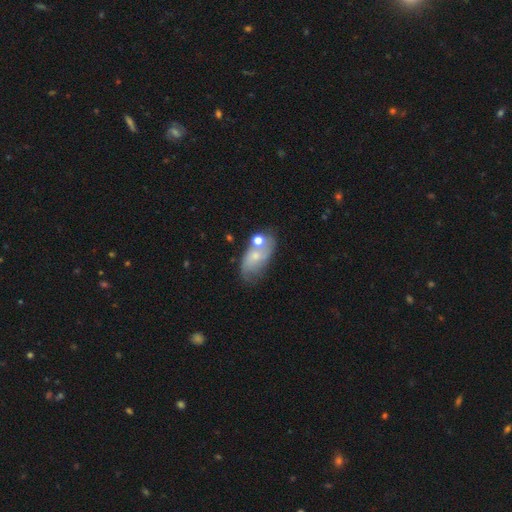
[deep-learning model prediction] A smooth galaxy with no disk features (50%). Merging: none (44%).